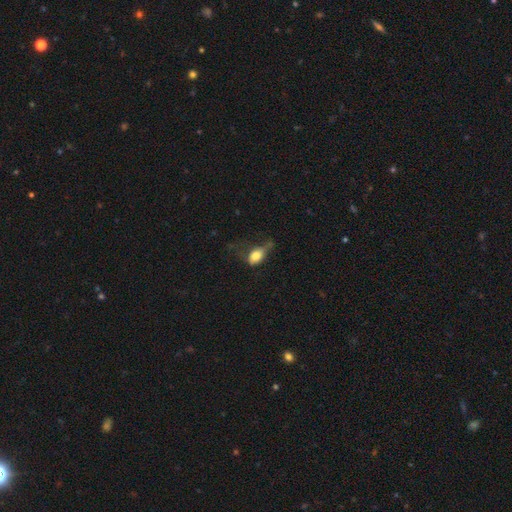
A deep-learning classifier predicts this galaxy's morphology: A smooth galaxy with no disk features (75%) that is in between round and cigar-shaped (79%).

Vote fractions:
- Smooth or featured? smooth: 75% / featured or disk: 16% / star or artifact: 9%
- How rounded? in between: 79% / round: 17% / cigar-shaped: 4%
- Merging? major disturbance: 38% / minor disturbance: 32% / none: 25% / merger: 5%